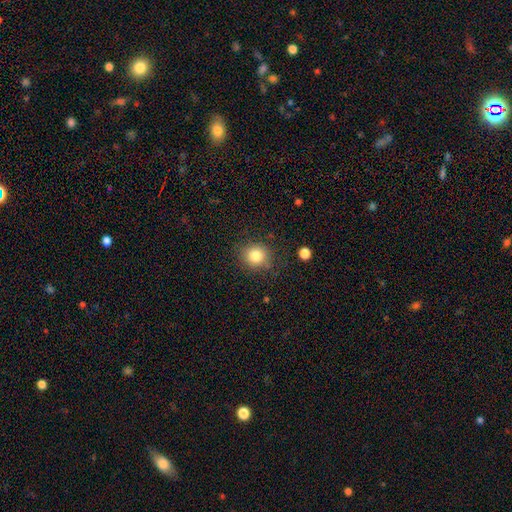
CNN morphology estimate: Smooth or featured?
  - smooth: 82% *
  - star or artifact: 11%
  - featured or disk: 7%
How rounded?
  - round: 86% *
  - in between: 13%
  - cigar-shaped: 1%
Merging?
  - none: 82% *
  - minor disturbance: 12%
  - major disturbance: 4%
  - merger: 3%